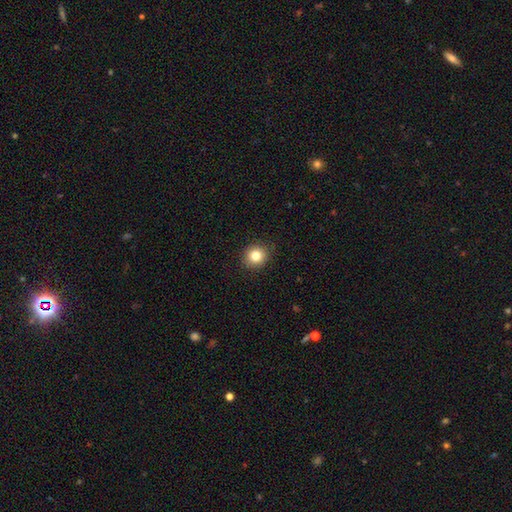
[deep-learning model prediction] smooth-or-featured: smooth: 82% | star or artifact: 11% | featured or disk: 7%
  how-rounded: round: 85% | in between: 14% | cigar-shaped: 1%
  merging: none: 89% | minor disturbance: 8% | major disturbance: 2% | merger: 1%